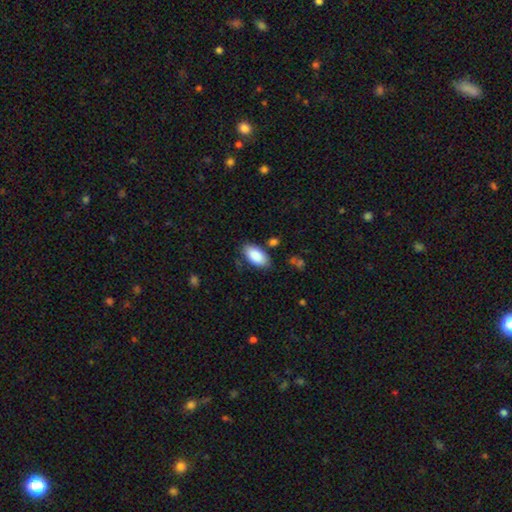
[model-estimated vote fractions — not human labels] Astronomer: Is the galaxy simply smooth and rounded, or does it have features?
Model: smooth — 89%.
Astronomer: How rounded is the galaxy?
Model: in between — 94%.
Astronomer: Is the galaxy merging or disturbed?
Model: none — 79%.